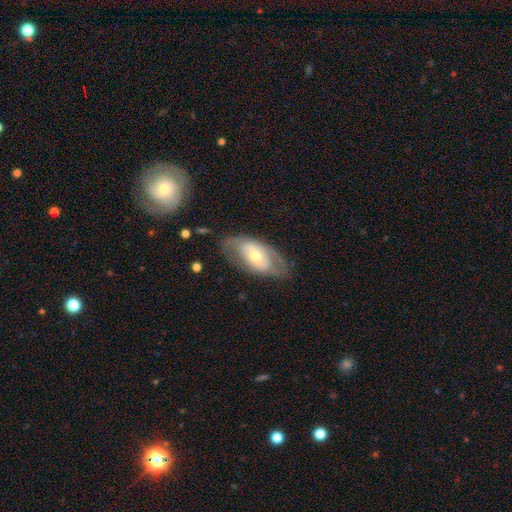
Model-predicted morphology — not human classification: Q: Smooth or featured?
A: featured or disk (59%); runner-up: smooth (35%)
Q: Edge-on disk?
A: no (88%); runner-up: yes (12%)
Q: Bar?
A: no (65%); runner-up: weak (24%)
Q: Spiral arms?
A: no (52%); runner-up: yes (48%)
Q: Bulge size?
A: moderate (62%); runner-up: small (29%)
Q: Merging?
A: none (68%); runner-up: minor disturbance (21%)